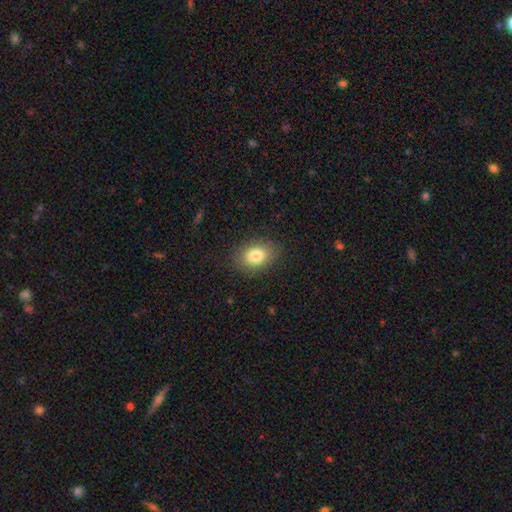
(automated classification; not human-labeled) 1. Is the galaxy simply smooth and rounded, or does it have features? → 82% smooth, 9% star or artifact, 9% featured or disk.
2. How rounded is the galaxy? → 73% in between, 26% round, 1% cigar-shaped.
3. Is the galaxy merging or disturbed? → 86% none, 10% minor disturbance, 3% major disturbance, 1% merger.